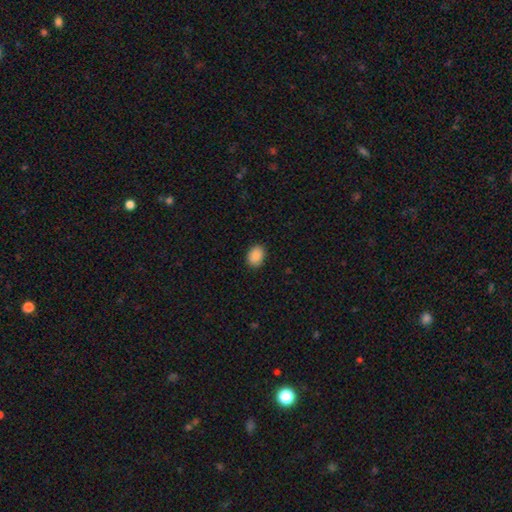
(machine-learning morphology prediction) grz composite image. It shows a smooth galaxy with no disk features (89%) that is in between round and cigar-shaped (65%). Merging: none (89%).